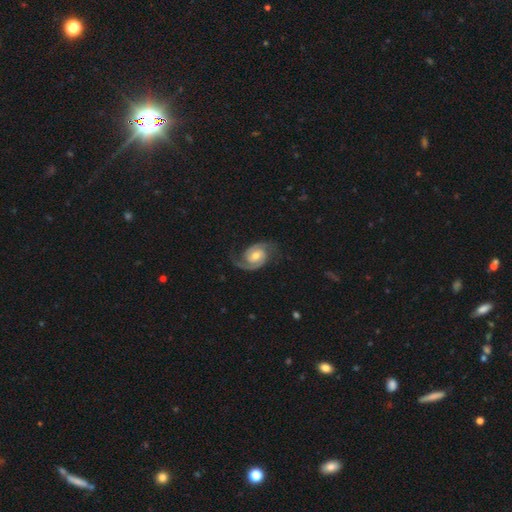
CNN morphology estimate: Smooth or featured? Predicted: featured or disk (p=0.89). Edge-on disk? Predicted: no (p=0.98). Bar? Predicted: no (p=0.48). Spiral arms? Predicted: yes (p=0.98). Spiral winding? Predicted: medium (p=0.50). Spiral arm count? Predicted: 2 (p=0.91). Bulge size? Predicted: moderate (p=0.67). Merging? Predicted: none (p=0.76).